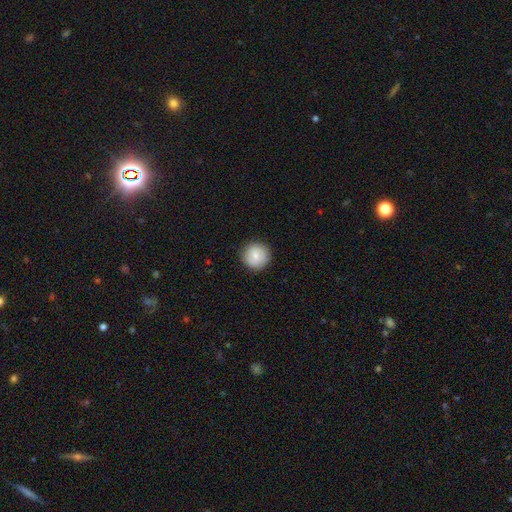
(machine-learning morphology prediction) This is likely a smooth galaxy (77%). How rounded: clearly round (95%). Merging: clearly none (89%).